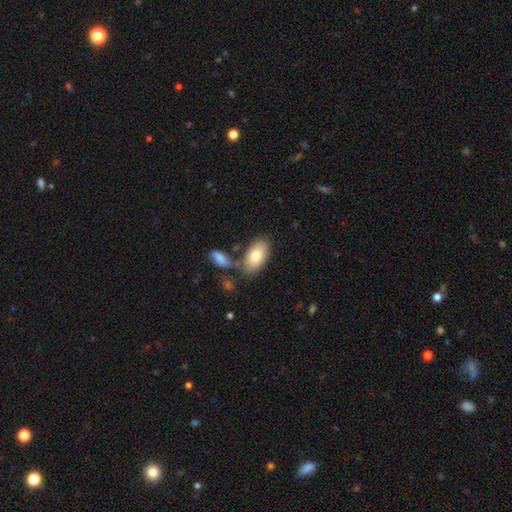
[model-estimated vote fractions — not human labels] Smooth or featured?
  - smooth: 80% *
  - featured or disk: 14%
  - star or artifact: 6%
How rounded?
  - in between: 95% *
  - round: 3%
  - cigar-shaped: 2%
Merging?
  - none: 69% *
  - minor disturbance: 14%
  - merger: 13%
  - major disturbance: 4%